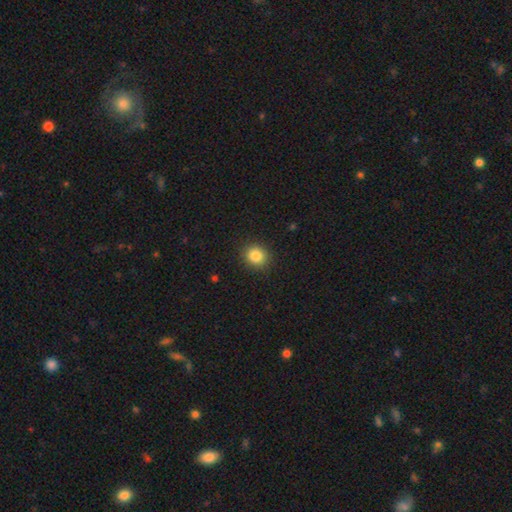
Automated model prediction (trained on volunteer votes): Morphology: type=smooth (85%); roundness=round (79%); merging=none (90%).